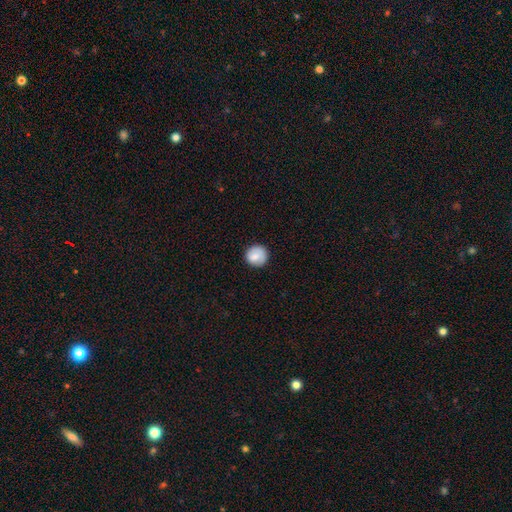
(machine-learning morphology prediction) This appears to be a smooth galaxy with no disk features (81%) that is round (93%). Merging: none (85%).